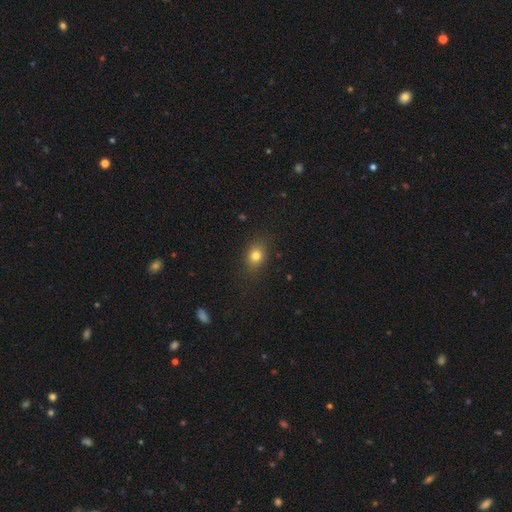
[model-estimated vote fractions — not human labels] Smooth or featured? Predicted: smooth (p=0.79). How rounded? Predicted: in between (p=0.53). Merging? Predicted: none (p=0.83).